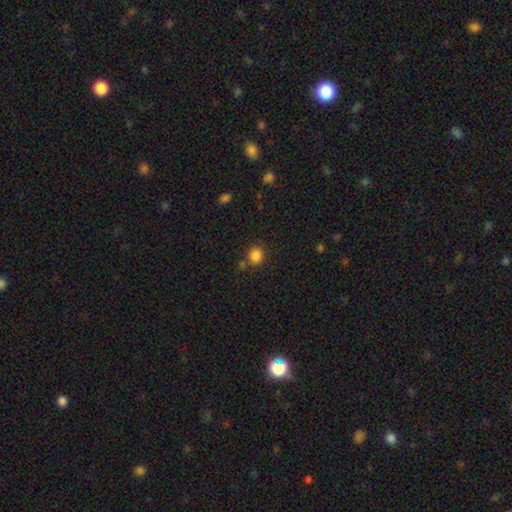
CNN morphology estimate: The model was most divided on "how rounded": round: 77%, in between: 22%, cigar-shaped: 1%. More confident: smooth or featured — smooth (85%); merging — none (76%).